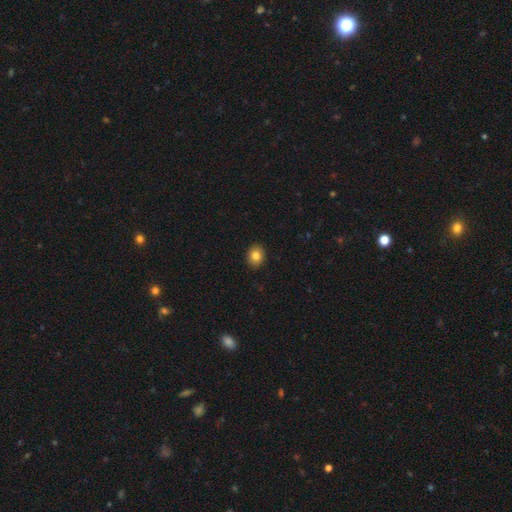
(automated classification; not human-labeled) Smooth or featured: smooth — 83% (star or artifact — 10%)
How rounded: round — 53% (in between — 46%)
Merging: none — 91% (minor disturbance — 7%)